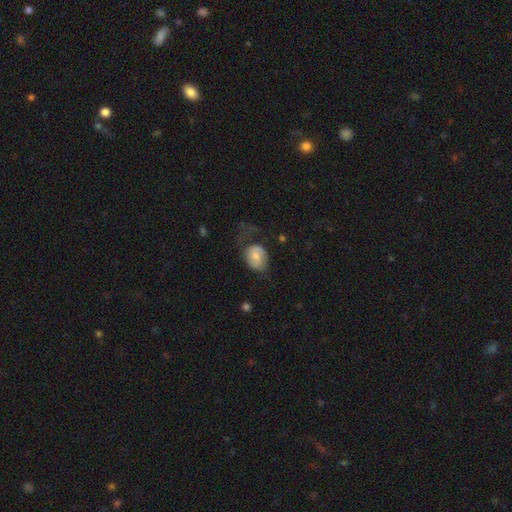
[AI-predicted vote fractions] smooth 57%, featured or disk 36%, star or artifact 7%. Down the decision tree: how rounded — in between (64%); merging — none (39%).